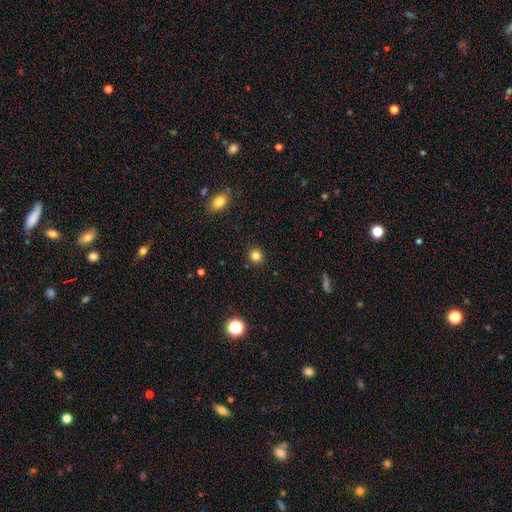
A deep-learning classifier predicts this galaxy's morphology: Q: Smooth or featured?
A: smooth (83%); runner-up: star or artifact (13%)
Q: How rounded?
A: round (89%); runner-up: in between (10%)
Q: Merging?
A: none (90%); runner-up: minor disturbance (6%)